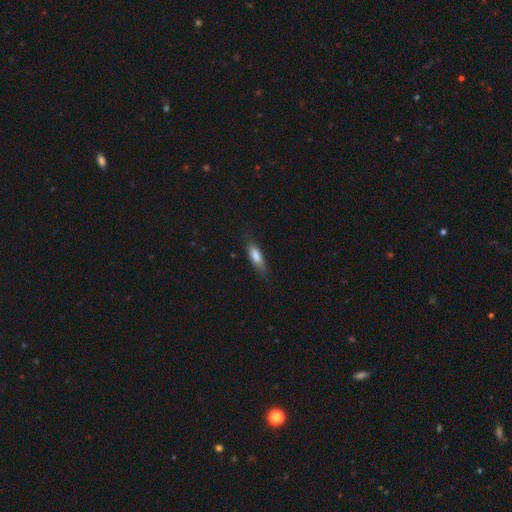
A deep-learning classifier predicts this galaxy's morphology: type=smooth (78%); roundness=cigar-shaped (51%); merging=none (76%).